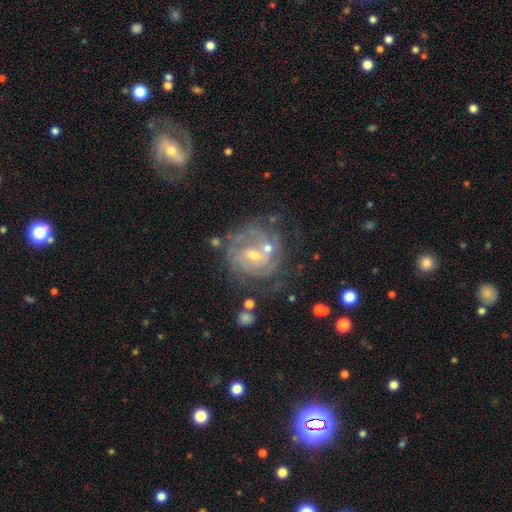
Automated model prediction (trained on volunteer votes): A featured or disk galaxy (81%) with a weak bar (46%), tight (63%) spiral arms (87%) and a small central bulge (48%). Merging: none (55%).